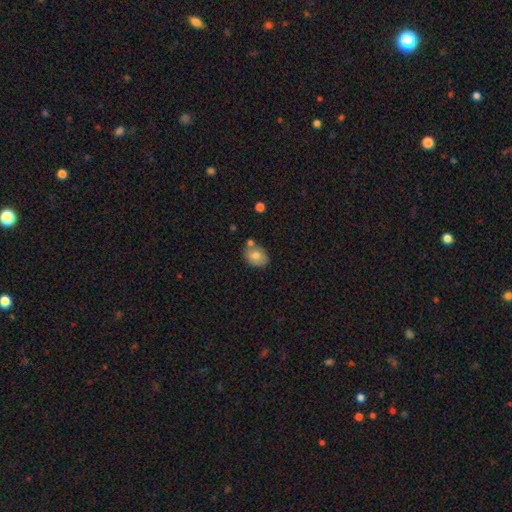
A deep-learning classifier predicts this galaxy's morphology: Overall: smooth (76%). How rounded: in between (62%; round 37%). Merging: none (65%).